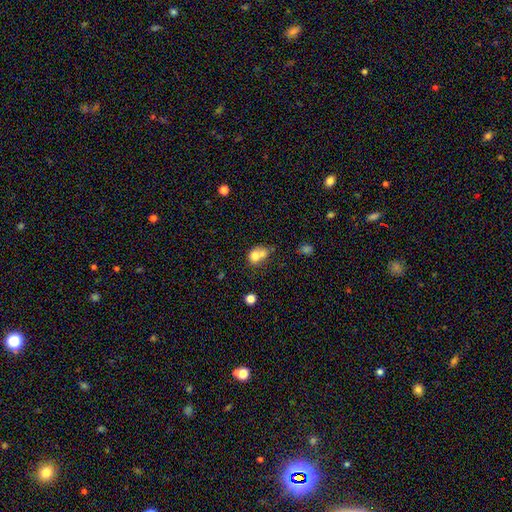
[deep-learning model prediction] Q: Smooth or featured?
A: smooth (71%); runner-up: featured or disk (18%)
Q: How rounded?
A: round (62%); runner-up: in between (37%)
Q: Merging?
A: merger (61%); runner-up: none (25%)